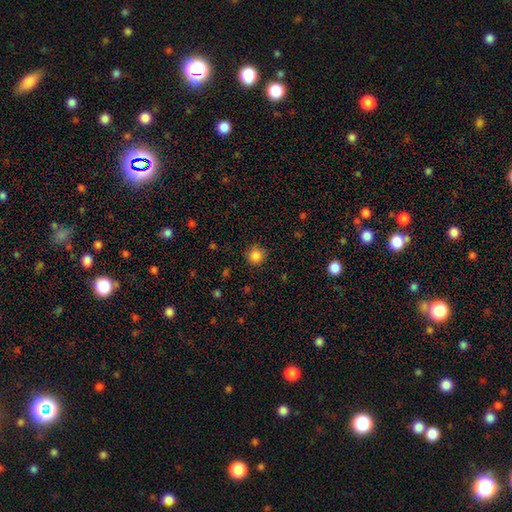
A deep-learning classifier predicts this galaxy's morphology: type=smooth (85%); roundness=round (93%); merging=none (88%).